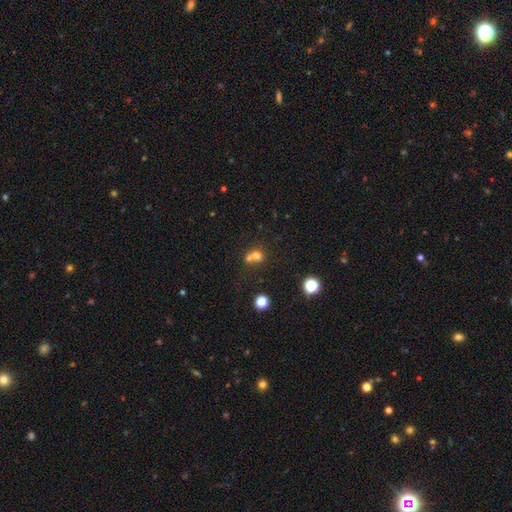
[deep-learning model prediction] Morphology: type=smooth (69%); roundness=round (76%); merging=merger (55%).